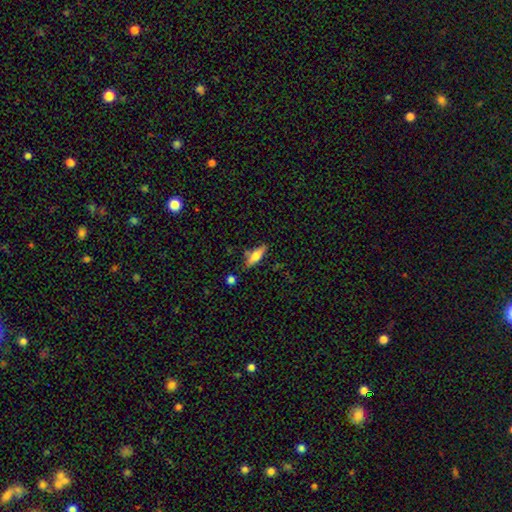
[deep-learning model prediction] Smooth or featured?
  - smooth: 70% *
  - featured or disk: 23%
  - star or artifact: 7%
How rounded?
  - in between: 52% *
  - cigar-shaped: 46%
  - round: 2%
Merging?
  - none: 74% *
  - minor disturbance: 17%
  - merger: 6%
  - major disturbance: 4%